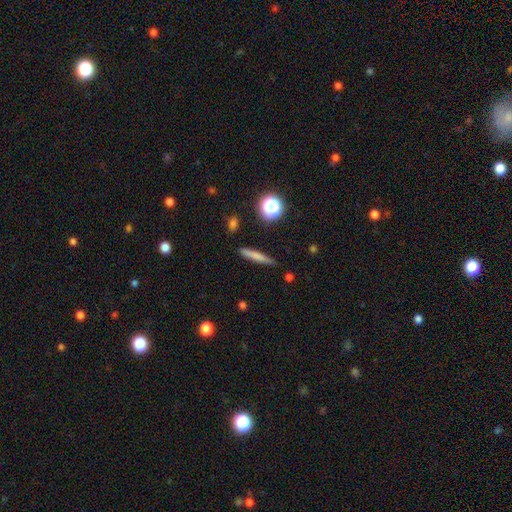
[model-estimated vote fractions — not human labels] smooth 68%, featured or disk 22%, star or artifact 10%. Down the decision tree: how rounded — cigar-shaped (89%); merging — none (86%).